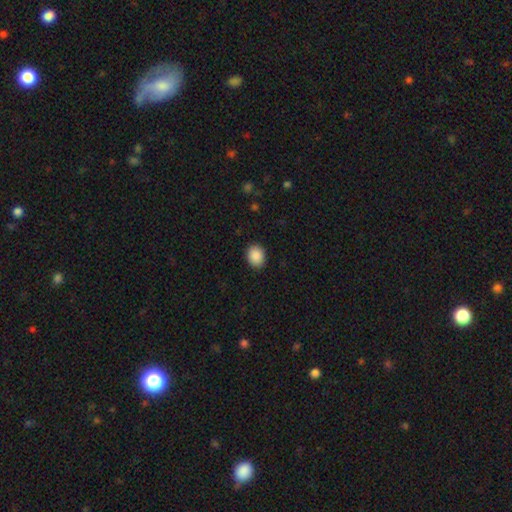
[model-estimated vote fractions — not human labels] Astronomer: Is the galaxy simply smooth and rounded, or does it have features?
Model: smooth — 90%.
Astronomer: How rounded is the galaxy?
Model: round — 52% (runner-up: in between, 47%).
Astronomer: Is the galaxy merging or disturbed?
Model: none — 90%.